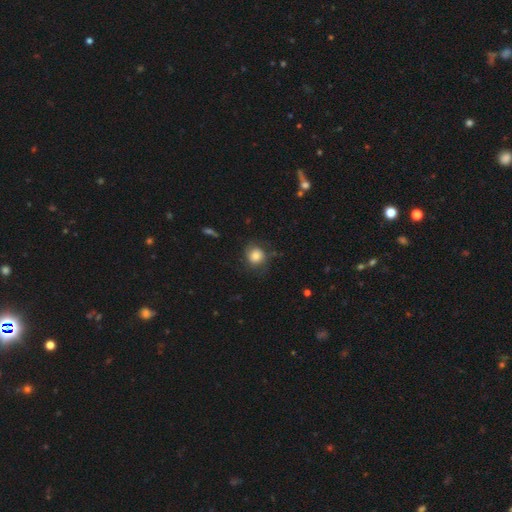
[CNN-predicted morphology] Overall: smooth (70%). How rounded: round (82%). Merging: none (64%).